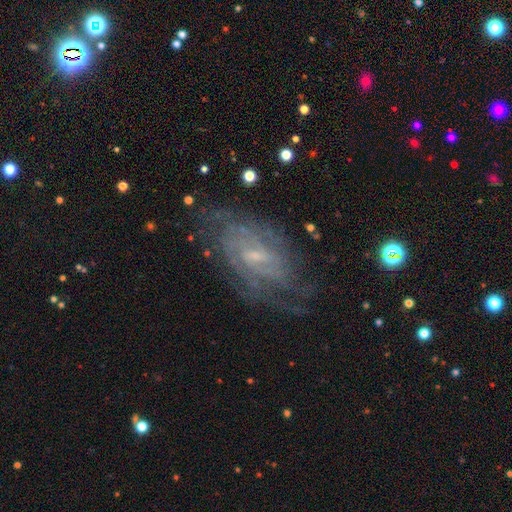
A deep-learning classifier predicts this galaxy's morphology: smooth-or-featured: featured or disk: 80% | smooth: 11% | star or artifact: 9%
  disk-edge-on: no: 94% | yes: 6%
    bar: weak: 54% | no: 33% | strong: 13%
    has-spiral-arms: yes: 90% | no: 10%
      spiral-winding: tight: 57% | medium: 33% | loose: 10%
      spiral-arm-count: can't tell: 51% | 2: 17% | 3: 11% | 4: 10% | more than 4: 6% | 1: 5%
    bulge-size: small: 66% | moderate: 22% | none: 9% | large: 1% | dominant: 1%
  merging: none: 71% | minor disturbance: 18% | major disturbance: 10% | merger: 2%